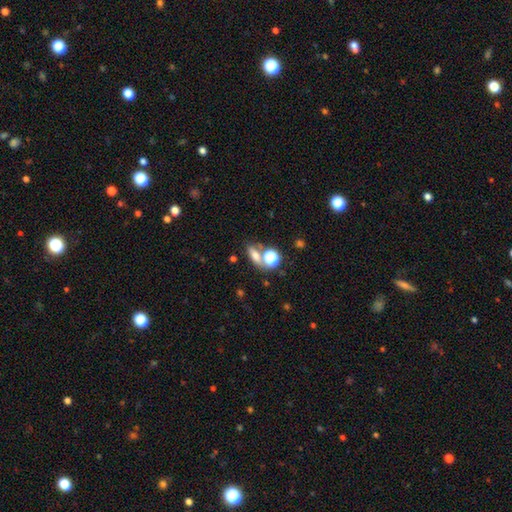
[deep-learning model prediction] smooth 63%, star or artifact 21%, featured or disk 16%. Down the decision tree: how rounded — in between (58%); merging — none (59%).